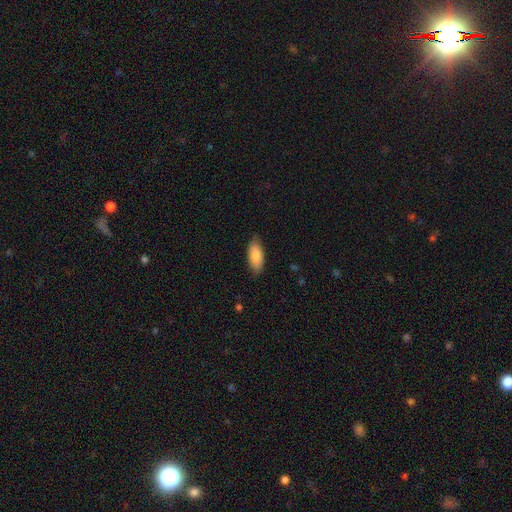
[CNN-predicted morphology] smooth 82%, featured or disk 12%, star or artifact 6%. Down the decision tree: how rounded — in between (85%); merging — none (82%).